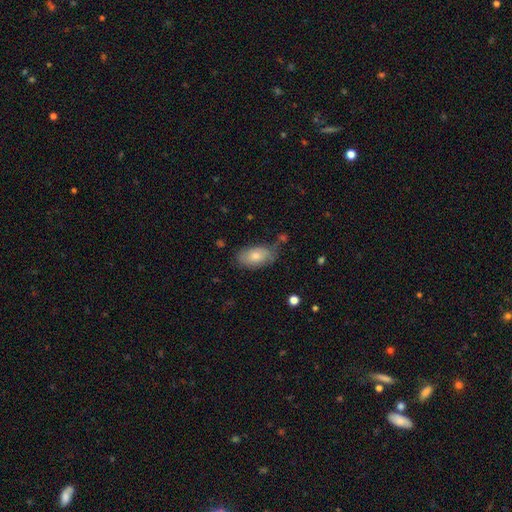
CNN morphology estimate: The model was most divided on "merging": none: 69%, minor disturbance: 23%, major disturbance: 5%, merger: 4%. More confident: how rounded — in between (91%); smooth or featured — smooth (70%).